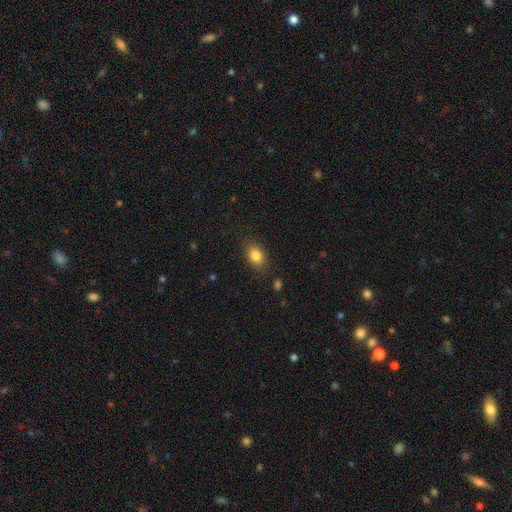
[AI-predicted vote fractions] Smooth or featured? smooth (83%)
How rounded? in between (75%)
Merging? none (82%)